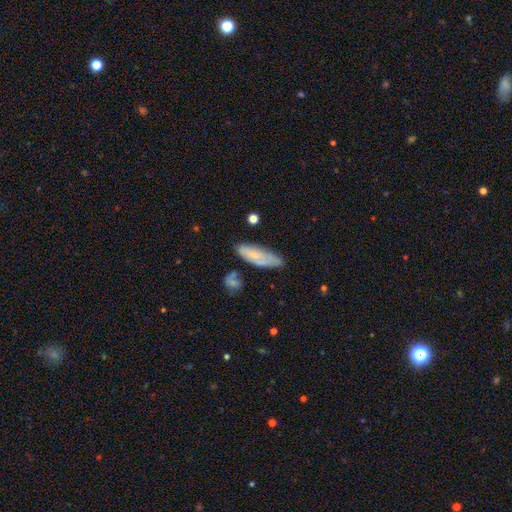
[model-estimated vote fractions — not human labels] Smooth or featured? Predicted: smooth (p=0.62). How rounded? Predicted: in between (p=0.54). Merging? Predicted: none (p=0.58).